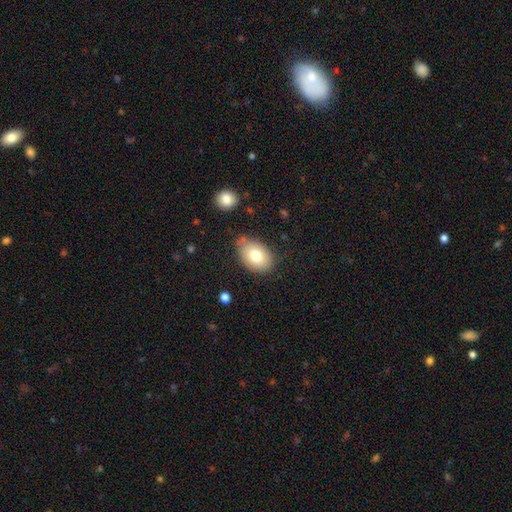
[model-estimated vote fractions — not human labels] smooth-or-featured: smooth: 77% | featured or disk: 16% | star or artifact: 8%
  how-rounded: in between: 82% | round: 17% | cigar-shaped: 1%
  merging: none: 72% | minor disturbance: 20% | major disturbance: 4% | merger: 3%